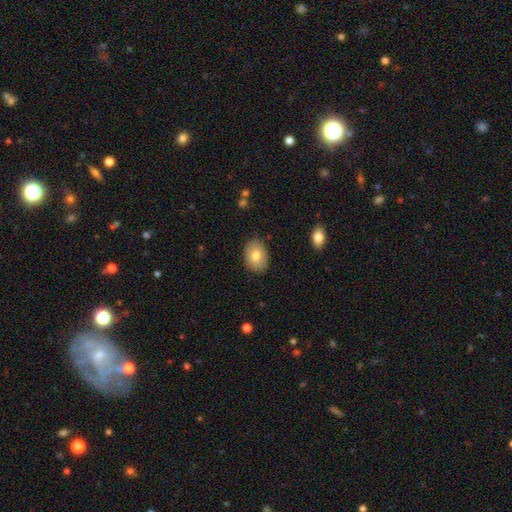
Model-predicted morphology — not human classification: Smooth or featured? smooth (79%)
How rounded? in between (78%)
Merging? none (85%)